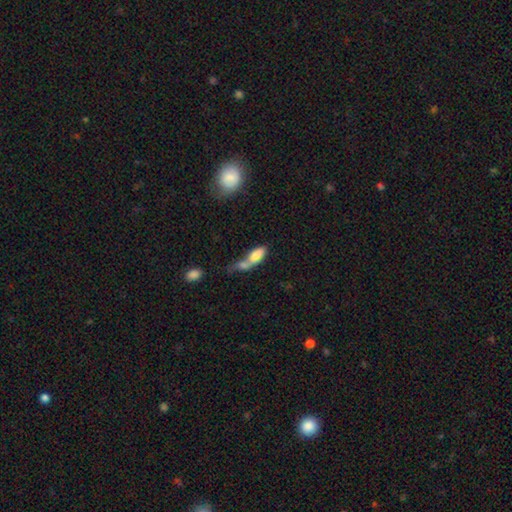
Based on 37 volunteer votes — A smooth galaxy with no disk features (78%) that is in between round and cigar-shaped (79%).

Vote fractions:
- Smooth or featured? smooth: 78% / featured or disk: 16% / star or artifact: 5%
- How rounded? in between: 79% / cigar-shaped: 17% / round: 3%
- Merging? merger: 69% / minor disturbance: 14% / none: 11% / major disturbance: 6%